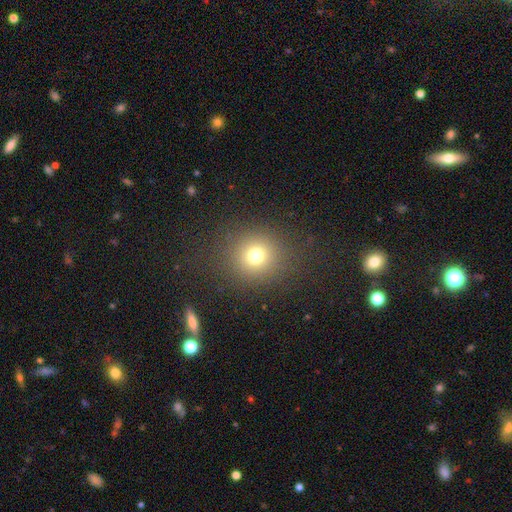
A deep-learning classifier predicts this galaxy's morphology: This is likely a smooth galaxy (73%). How rounded: clearly round (90%). Merging: clearly none (87%).